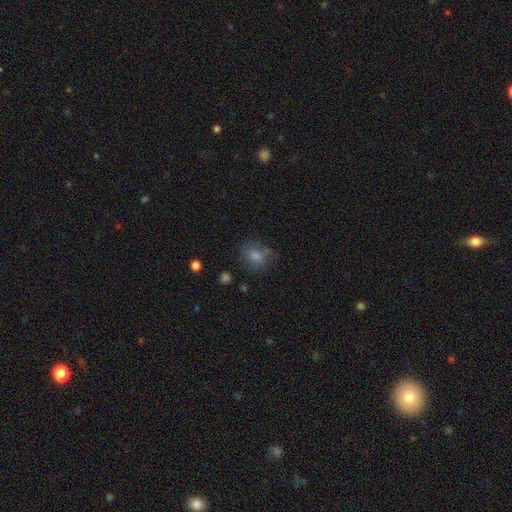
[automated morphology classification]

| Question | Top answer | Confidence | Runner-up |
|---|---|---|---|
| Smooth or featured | smooth | 65% | star or artifact (19%) |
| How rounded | round | 52% | in between (46%) |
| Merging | none | 71% | minor disturbance (18%) |